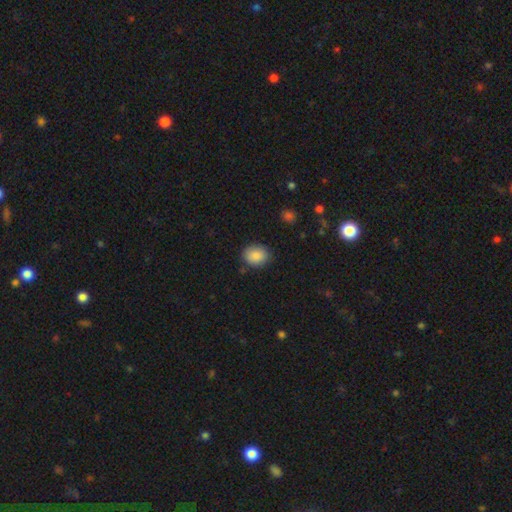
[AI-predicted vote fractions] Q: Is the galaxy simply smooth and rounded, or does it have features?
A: smooth — 87%.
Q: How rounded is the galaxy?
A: in between — 55%.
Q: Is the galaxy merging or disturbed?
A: none — 84%.